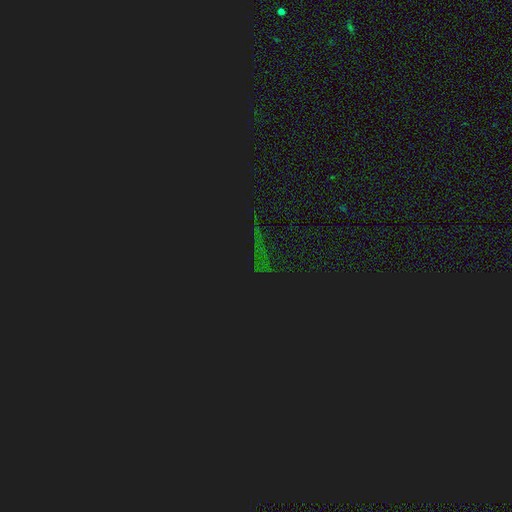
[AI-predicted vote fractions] The model was most divided on "smooth or featured": star or artifact: 83%, smooth: 10%, featured or disk: 7%.